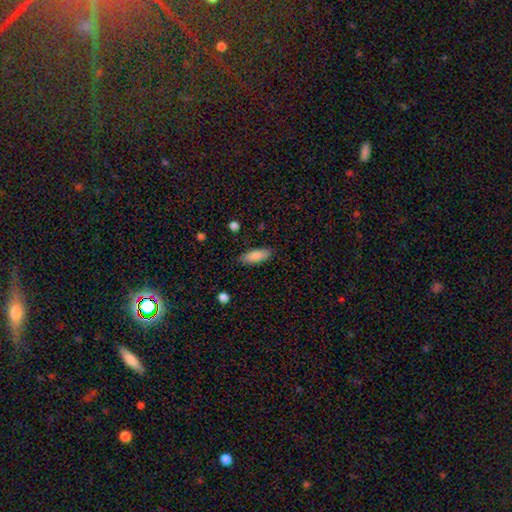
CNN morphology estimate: The model was most divided on "how rounded": in between: 73%, cigar-shaped: 25%, round: 2%. More confident: smooth or featured — smooth (87%); merging — none (84%).